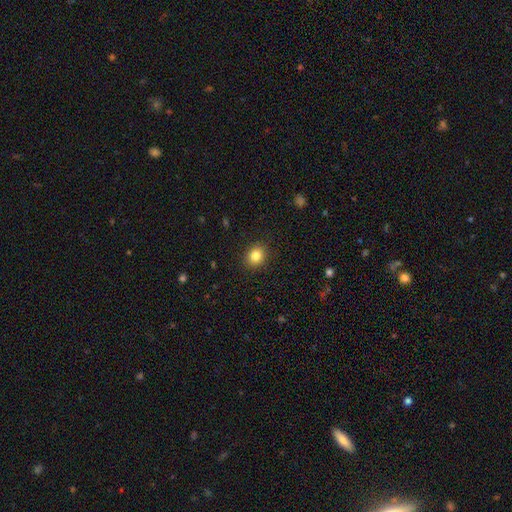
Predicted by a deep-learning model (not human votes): A smooth galaxy with no disk features (83%) that is round (74%).

Vote fractions:
- Smooth or featured? smooth: 83% / star or artifact: 11% / featured or disk: 6%
- How rounded? round: 74% / in between: 25% / cigar-shaped: 1%
- Merging? none: 90% / minor disturbance: 7% / major disturbance: 2% / merger: 1%